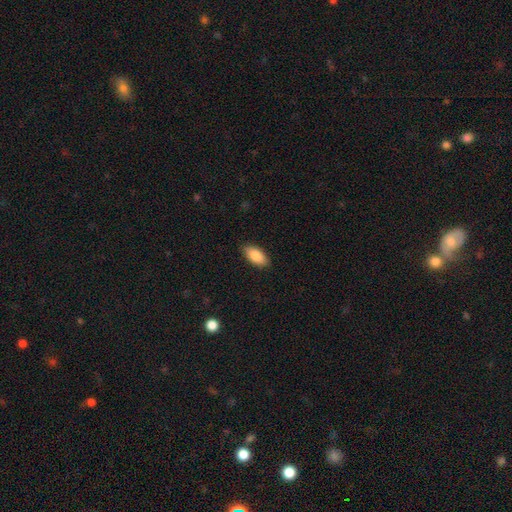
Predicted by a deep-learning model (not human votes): Morphology: type=smooth (88%); roundness=in between (91%); merging=none (88%).